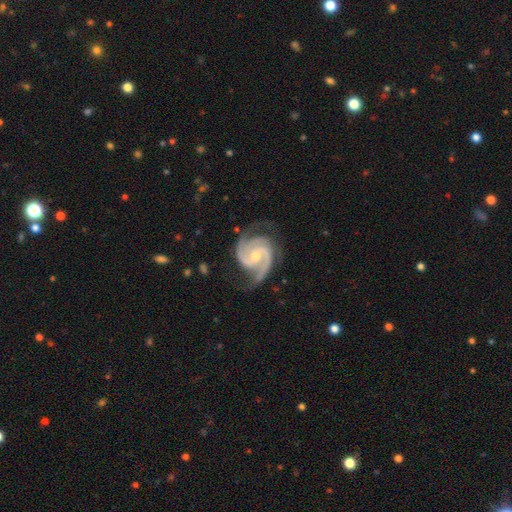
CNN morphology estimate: smooth-or-featured: featured or disk: 93% | star or artifact: 4% | smooth: 3%
  disk-edge-on: no: 98% | yes: 2%
    bar: no: 54% | weak: 36% | strong: 10%
    has-spiral-arms: yes: 99% | no: 1%
      spiral-winding: medium: 52% | tight: 39% | loose: 9%
      spiral-arm-count: 2: 56% | 3: 32% | can't tell: 4% | 4: 3% | 1: 3% | more than 4: 2%
    bulge-size: moderate: 50% | small: 47% | large: 1% | none: 1% | dominant: 1%
  merging: none: 70% | minor disturbance: 20% | major disturbance: 9% | merger: 1%